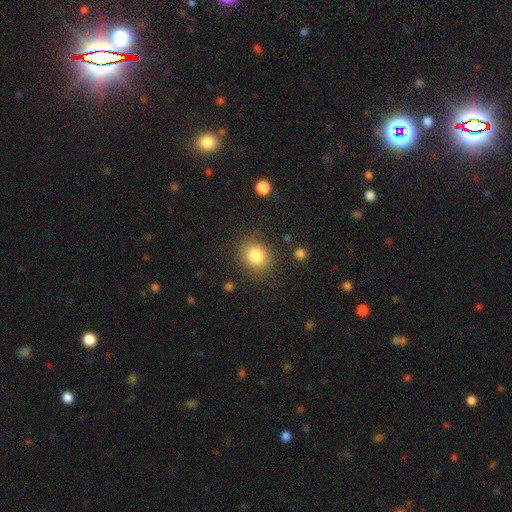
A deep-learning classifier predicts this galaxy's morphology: Q: Smooth or featured?
A: smooth (83%); runner-up: star or artifact (10%)
Q: How rounded?
A: round (70%); runner-up: in between (30%)
Q: Merging?
A: none (81%); runner-up: minor disturbance (12%)